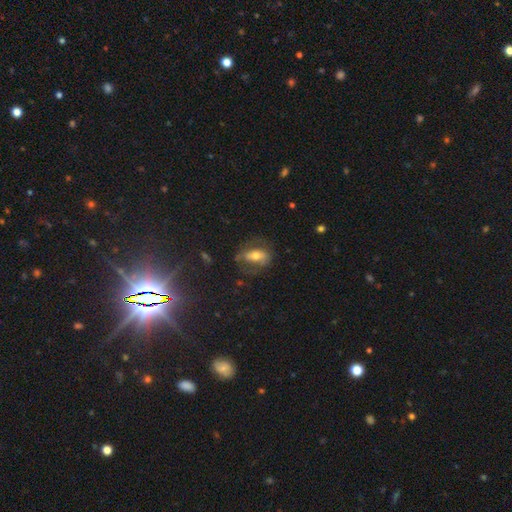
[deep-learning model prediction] The model was most divided on "smooth or featured": smooth: 49%, featured or disk: 40%, star or artifact: 11%. More confident: merging — none (56%).